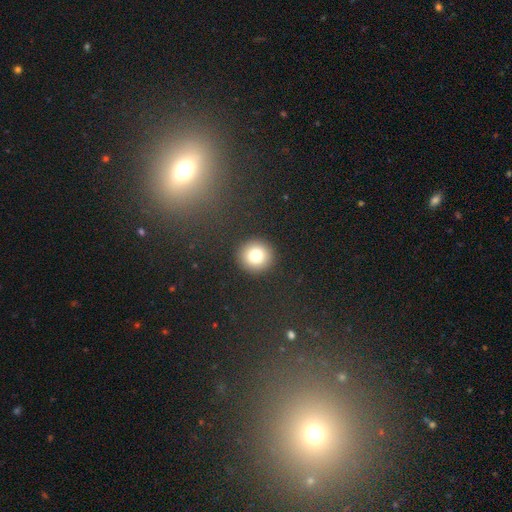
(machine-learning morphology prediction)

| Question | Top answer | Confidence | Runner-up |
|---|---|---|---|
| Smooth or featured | smooth | 78% | star or artifact (12%) |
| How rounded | round | 93% | in between (6%) |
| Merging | none | 92% | minor disturbance (5%) |